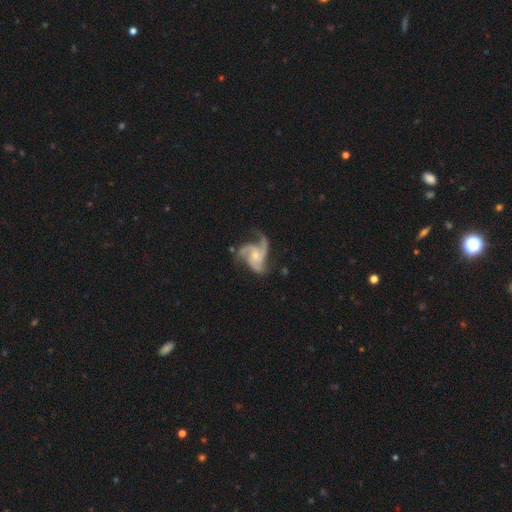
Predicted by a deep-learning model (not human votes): smooth_or_featured: featured or disk (p=0.89) [alt: smooth p=0.06]
disk_edge_on: no (p=0.98) [alt: yes p=0.02]
bar: no (p=0.72) [alt: weak p=0.23]
has_spiral_arms: yes (p=0.98) [alt: no p=0.02]
spiral_winding: medium (p=0.57) [alt: loose p=0.23]
spiral_arm_count: 3 (p=0.73) [alt: 4 p=0.14]
bulge_size: small (p=0.63) [alt: moderate p=0.31]
merging: none (p=0.62) [alt: minor disturbance p=0.21]